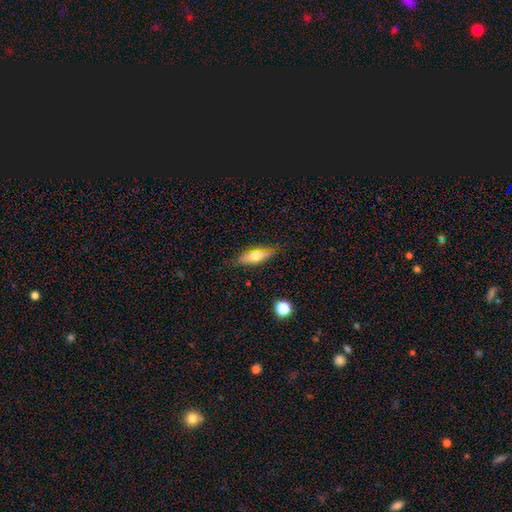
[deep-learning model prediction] Q: Smooth or featured?
A: smooth (53%); runner-up: featured or disk (40%)
Q: How rounded?
A: in between (50%); runner-up: cigar-shaped (46%)
Q: Merging?
A: none (82%); runner-up: minor disturbance (14%)